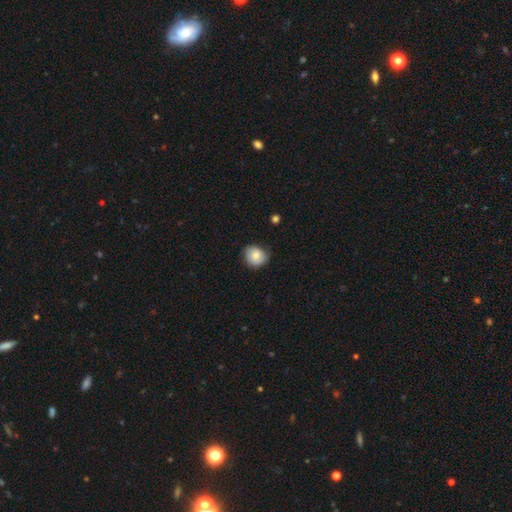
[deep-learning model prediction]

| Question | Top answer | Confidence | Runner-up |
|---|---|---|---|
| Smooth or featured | smooth | 77% | featured or disk (15%) |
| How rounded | round | 74% | in between (25%) |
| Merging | none | 74% | minor disturbance (21%) |